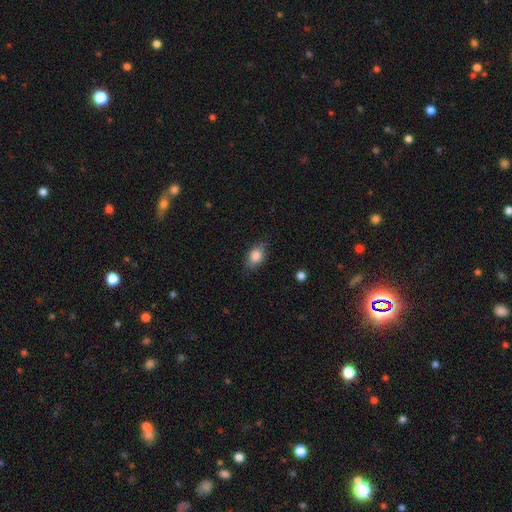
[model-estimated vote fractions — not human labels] smooth_or_featured: smooth (p=0.83) [alt: featured or disk p=0.09]
how_rounded: in between (p=0.82) [alt: round p=0.15]
merging: none (p=0.80) [alt: minor disturbance p=0.16]